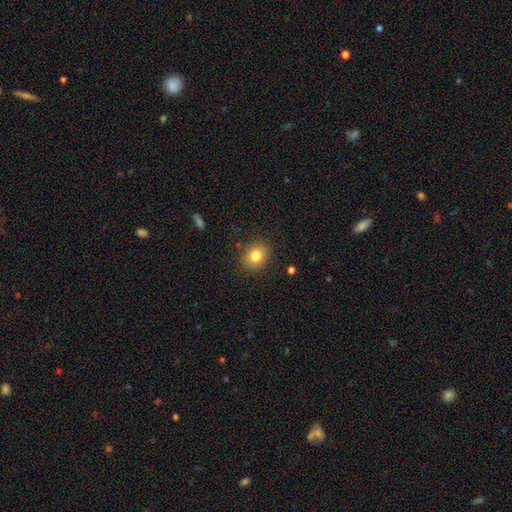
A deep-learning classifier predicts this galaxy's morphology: smooth-or-featured: smooth: 81% | star or artifact: 10% | featured or disk: 8%
  how-rounded: round: 60% | in between: 39% | cigar-shaped: 1%
  merging: none: 87% | minor disturbance: 9% | major disturbance: 3% | merger: 1%